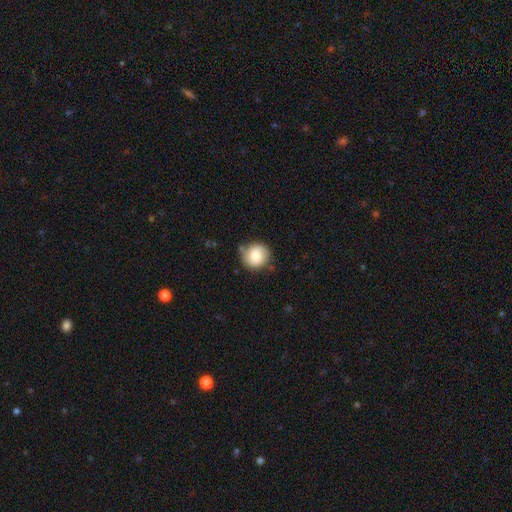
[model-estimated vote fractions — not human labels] Smooth or featured? Predicted: smooth (p=0.75). How rounded? Predicted: round (p=0.90). Merging? Predicted: none (p=0.72).